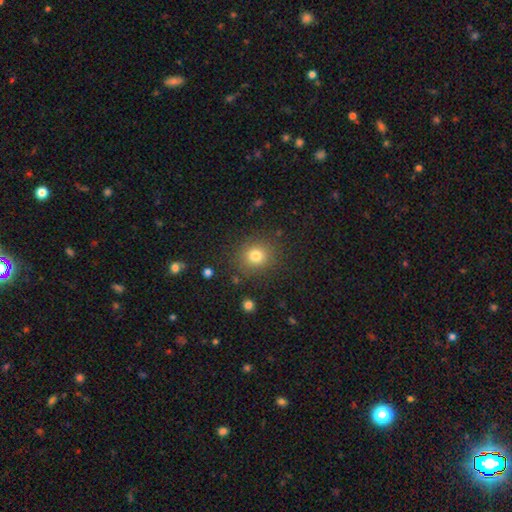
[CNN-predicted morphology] A smooth galaxy with no disk features (79%) that is round (83%).

Vote fractions:
- Smooth or featured? smooth: 79% / star or artifact: 14% / featured or disk: 7%
- How rounded? round: 83% / in between: 16% / cigar-shaped: 1%
- Merging? none: 86% / minor disturbance: 9% / major disturbance: 4% / merger: 2%